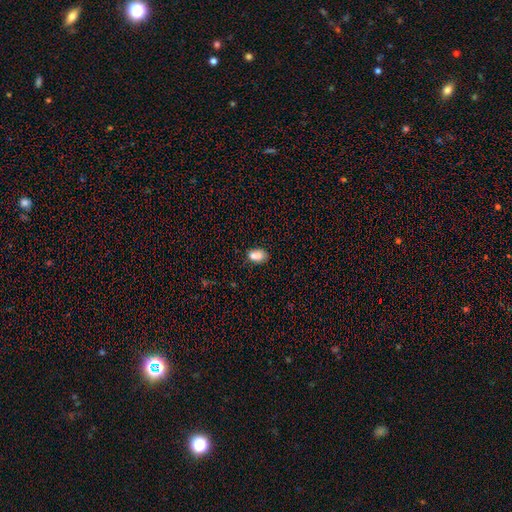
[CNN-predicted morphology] Smooth or featured: smooth — 74% (featured or disk — 15%)
How rounded: in between — 75% (round — 23%)
Merging: none — 46% (merger — 33%)